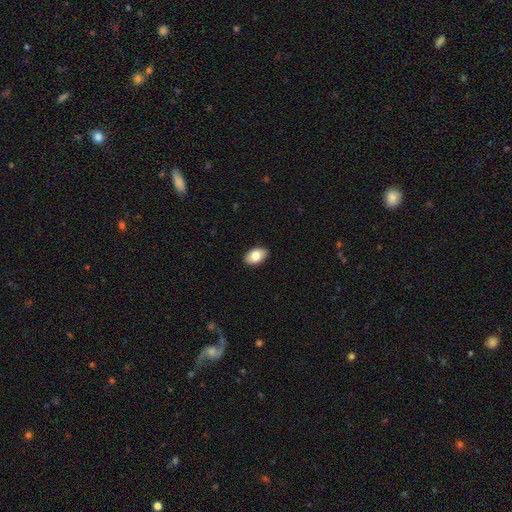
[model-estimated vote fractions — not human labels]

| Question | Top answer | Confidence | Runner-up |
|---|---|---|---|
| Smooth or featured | smooth | 81% | featured or disk (12%) |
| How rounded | in between | 92% | round (7%) |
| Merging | none | 88% | minor disturbance (9%) |